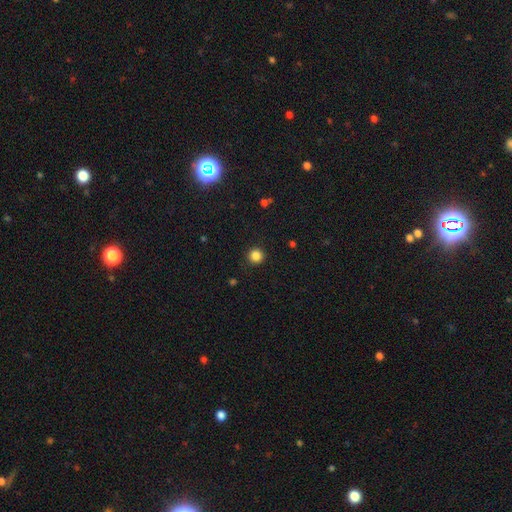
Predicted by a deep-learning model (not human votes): Morphology: type=smooth (85%); roundness=round (95%); merging=none (91%).